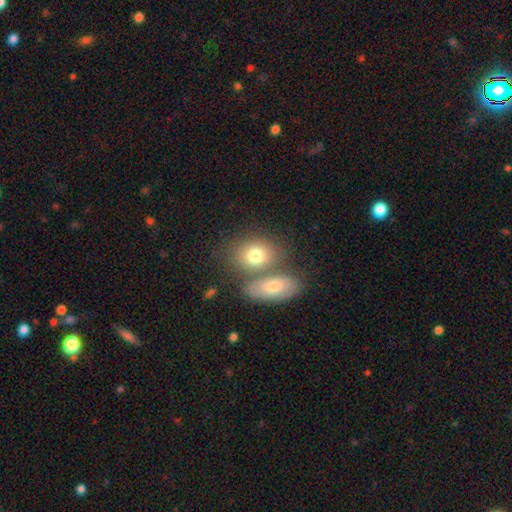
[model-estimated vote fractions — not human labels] This is likely a smooth galaxy (75%). How rounded: possibly in between (60%). Merging: possibly none (49%).